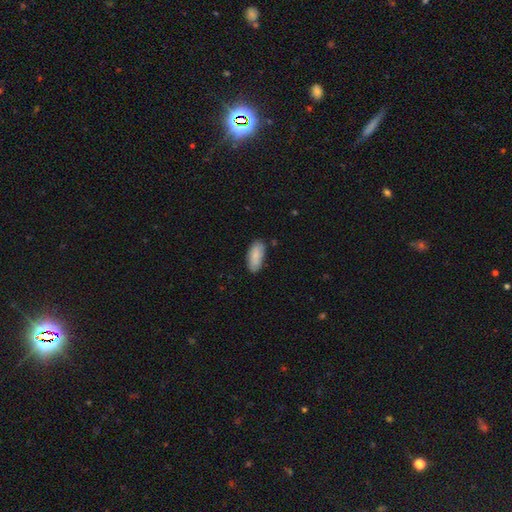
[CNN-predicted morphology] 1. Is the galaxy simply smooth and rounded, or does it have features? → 85% smooth, 10% featured or disk, 6% star or artifact.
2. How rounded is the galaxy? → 87% in between, 11% cigar-shaped, 2% round.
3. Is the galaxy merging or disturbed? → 80% none, 16% minor disturbance, 3% major disturbance, 2% merger.